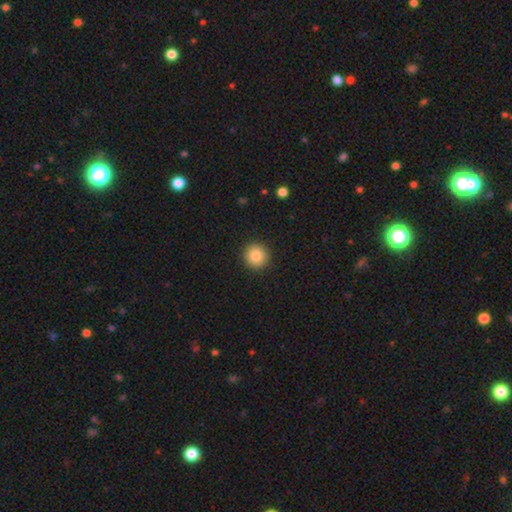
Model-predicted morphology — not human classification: A smooth galaxy with no disk features (86%) that is round (94%). Merging: none (93%).